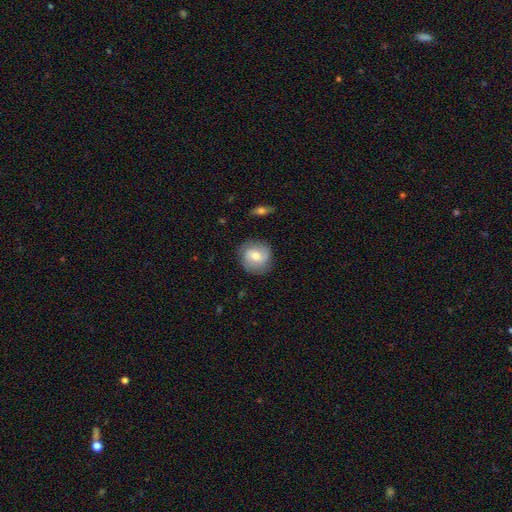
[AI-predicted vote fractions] The model was most divided on "smooth or featured": smooth: 51%, featured or disk: 41%, star or artifact: 8%. More confident: how rounded — round (87%); merging — none (80%).